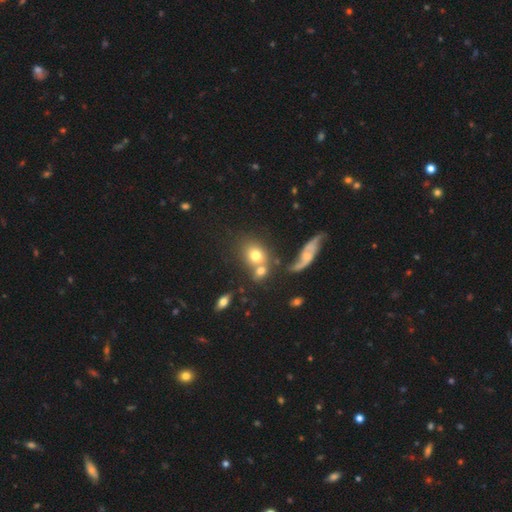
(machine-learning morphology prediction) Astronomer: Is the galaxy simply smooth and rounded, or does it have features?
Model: smooth — 72%.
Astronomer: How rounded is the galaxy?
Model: in between — 50% (runner-up: round, 47%).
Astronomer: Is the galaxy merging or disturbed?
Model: none — 45% (runner-up: merger, 35%).